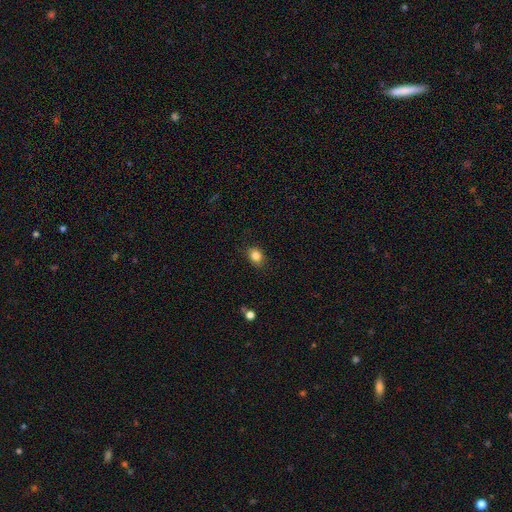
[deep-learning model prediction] The model was most divided on "how rounded": in between: 53%, round: 46%, cigar-shaped: 1%. More confident: merging — none (85%); smooth or featured — smooth (84%).